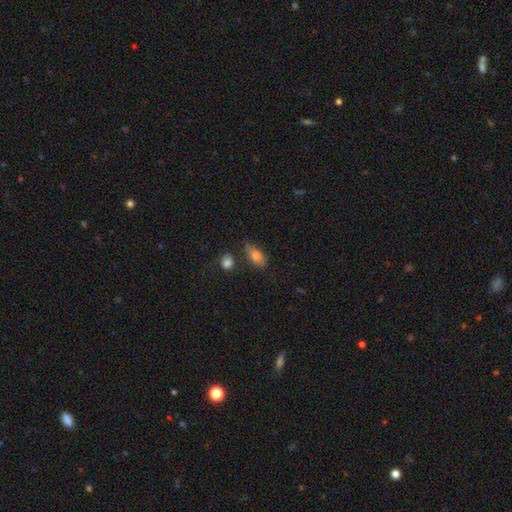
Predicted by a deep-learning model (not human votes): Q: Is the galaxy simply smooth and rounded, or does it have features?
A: smooth — 81%.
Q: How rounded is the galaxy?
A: in between — 84%.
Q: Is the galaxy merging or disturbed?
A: none — 65%.